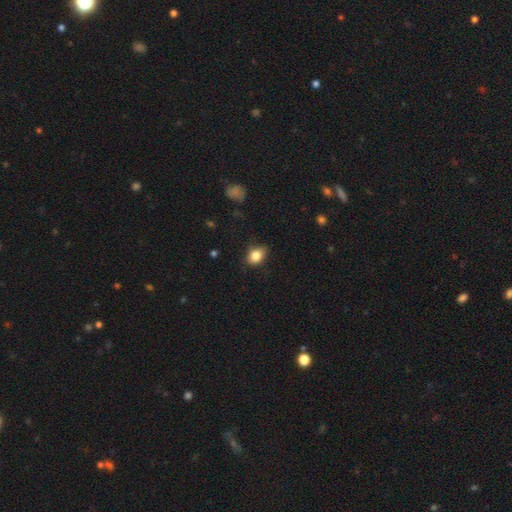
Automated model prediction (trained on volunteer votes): The model was most divided on "how rounded": in between: 71%, round: 27%, cigar-shaped: 1%. More confident: smooth or featured — smooth (84%); merging — none (77%).